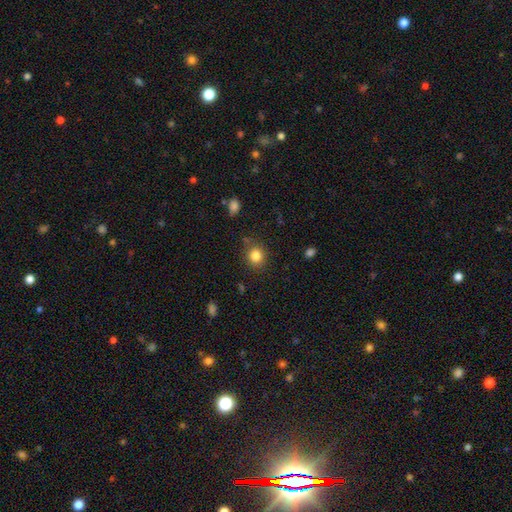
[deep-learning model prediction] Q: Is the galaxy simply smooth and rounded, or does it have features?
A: smooth — 83%.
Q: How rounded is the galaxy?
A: round — 78%.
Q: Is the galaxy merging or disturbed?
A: none — 82%.